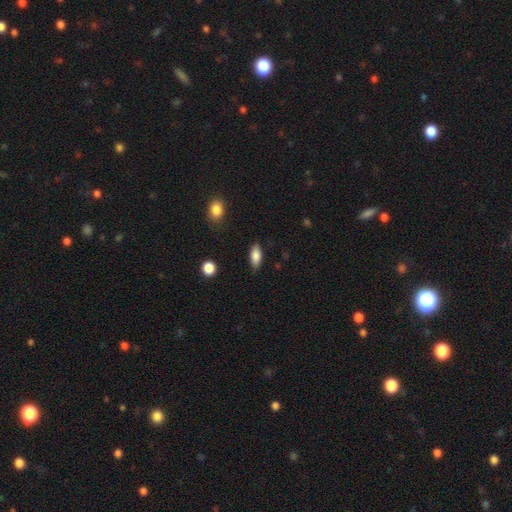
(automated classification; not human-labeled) Smooth or featured: smooth — 85% (featured or disk — 8%)
How rounded: in between — 83% (cigar-shaped — 14%)
Merging: none — 85% (minor disturbance — 11%)